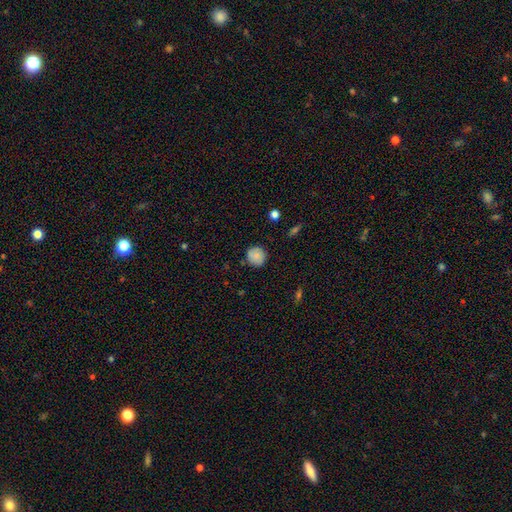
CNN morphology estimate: A smooth galaxy with no disk features (83%) that is round (91%).

Vote fractions:
- Smooth or featured? smooth: 83% / featured or disk: 9% / star or artifact: 8%
- How rounded? round: 91% / in between: 8% / cigar-shaped: 1%
- Merging? none: 84% / minor disturbance: 13% / major disturbance: 2% / merger: 1%